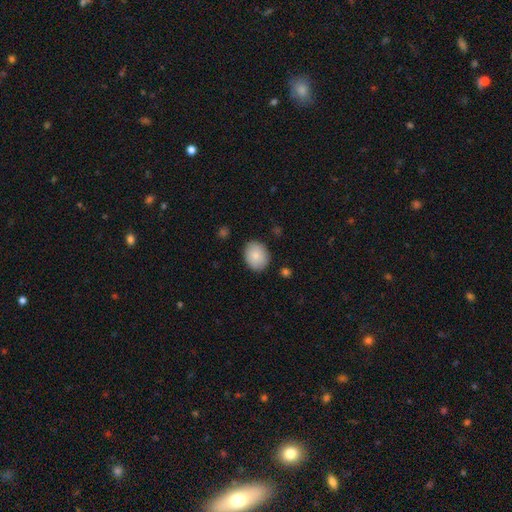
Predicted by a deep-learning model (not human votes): The model was most divided on "how rounded": in between: 53%, round: 46%, cigar-shaped: 1%. More confident: smooth or featured — smooth (86%); merging — none (85%).